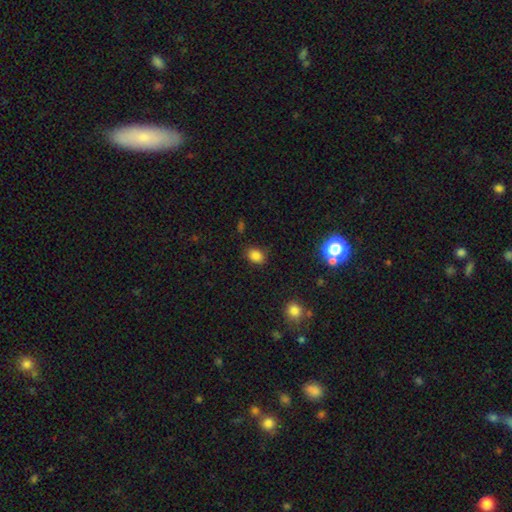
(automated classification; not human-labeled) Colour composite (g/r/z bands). It shows a smooth galaxy with no disk features (82%) that is in between round and cigar-shaped (64%). Merging: none (81%).